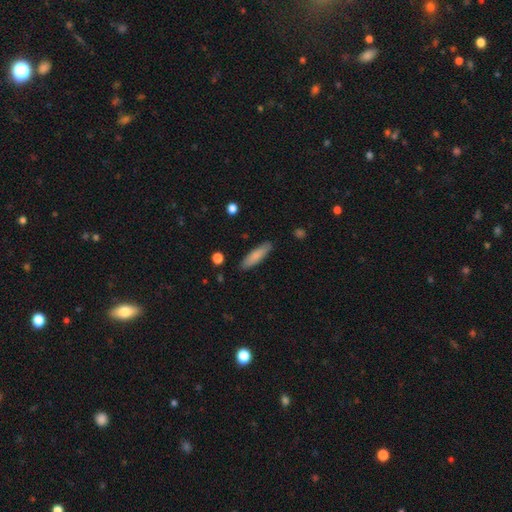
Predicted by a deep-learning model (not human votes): Q: Smooth or featured?
A: smooth (82%); runner-up: featured or disk (12%)
Q: How rounded?
A: cigar-shaped (69%); runner-up: in between (30%)
Q: Merging?
A: none (88%); runner-up: minor disturbance (9%)